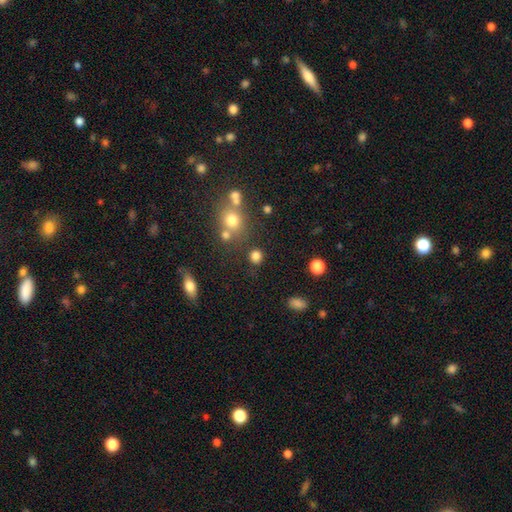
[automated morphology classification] This is likely a smooth galaxy (79%). How rounded: likely round (80%). Merging: likely none (76%).